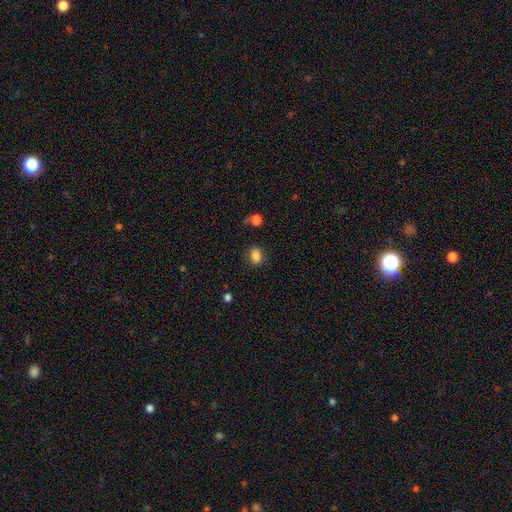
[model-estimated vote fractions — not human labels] Smooth or featured? smooth (85%)
How rounded? in between (58%)
Merging? none (81%)